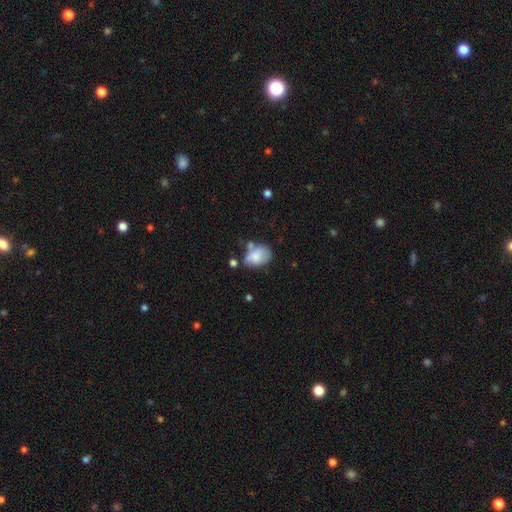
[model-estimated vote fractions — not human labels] The model was most divided on "merging": none: 36%, minor disturbance: 30%, merger: 19%, major disturbance: 14%. More confident: how rounded — in between (81%); smooth or featured — smooth (68%).